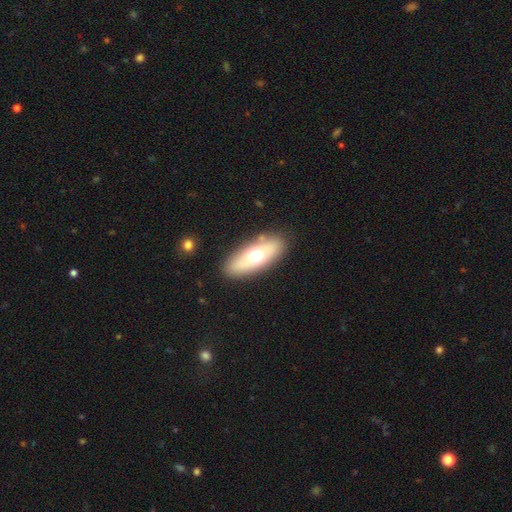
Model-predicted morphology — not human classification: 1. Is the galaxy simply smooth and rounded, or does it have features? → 59% smooth, 32% featured or disk, 9% star or artifact.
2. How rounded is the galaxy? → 78% in between, 17% cigar-shaped, 5% round.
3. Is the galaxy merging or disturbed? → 84% none, 10% minor disturbance, 4% major disturbance, 2% merger.